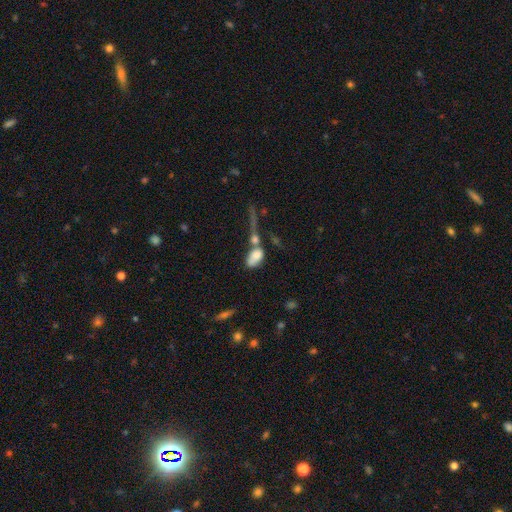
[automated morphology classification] Overall: smooth (72%). How rounded: in between (88%). Merging: merger (50%; none 22%).